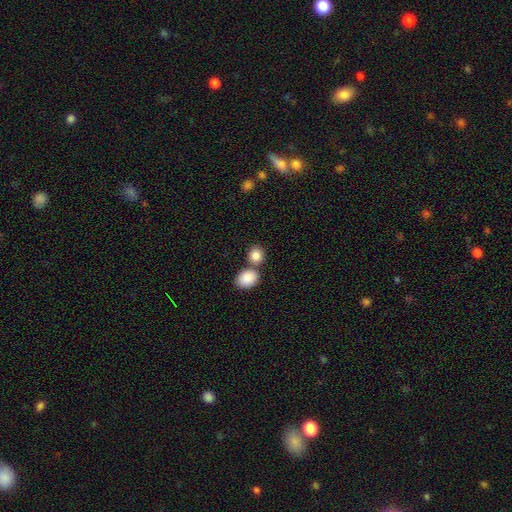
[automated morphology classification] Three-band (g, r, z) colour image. It shows a smooth galaxy with no disk features (87%) that is round (68%). Merging: none (53%).